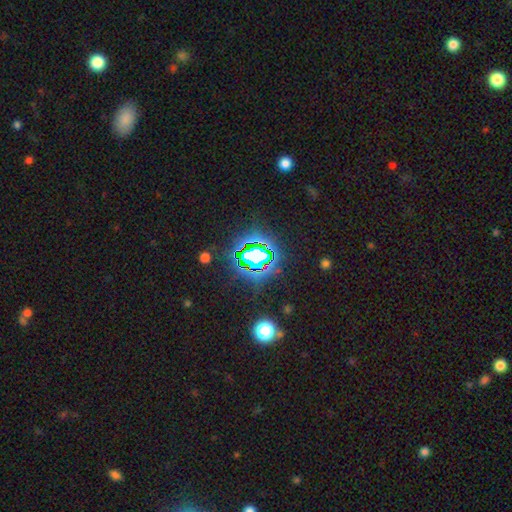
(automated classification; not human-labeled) The model was most divided on "smooth or featured": star or artifact: 76%, smooth: 14%, featured or disk: 10%.